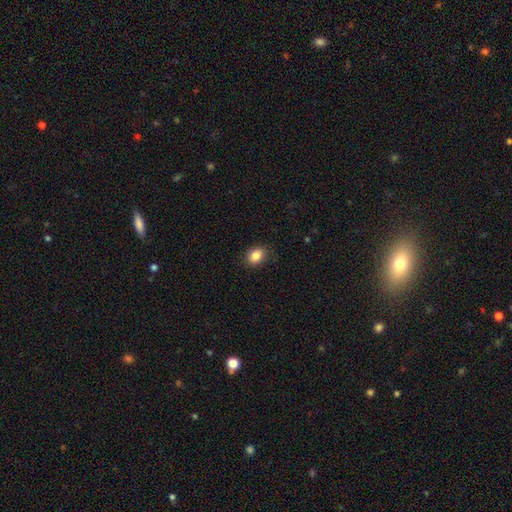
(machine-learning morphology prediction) A smooth galaxy with no disk features (85%) that is in between round and cigar-shaped (58%).

Vote fractions:
- Smooth or featured? smooth: 85% / star or artifact: 9% / featured or disk: 6%
- How rounded? in between: 58% / round: 41% / cigar-shaped: 1%
- Merging? none: 86% / minor disturbance: 11% / major disturbance: 3% / merger: 1%